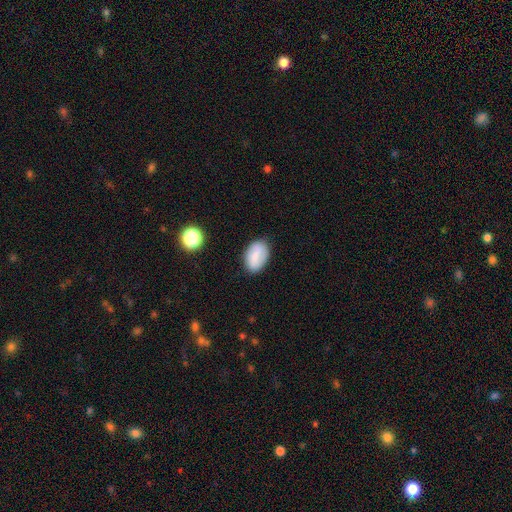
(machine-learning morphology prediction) smooth_or_featured: smooth (p=0.73) [alt: featured or disk p=0.19]
how_rounded: in between (p=0.87) [alt: round p=0.11]
merging: none (p=0.80) [alt: minor disturbance p=0.15]